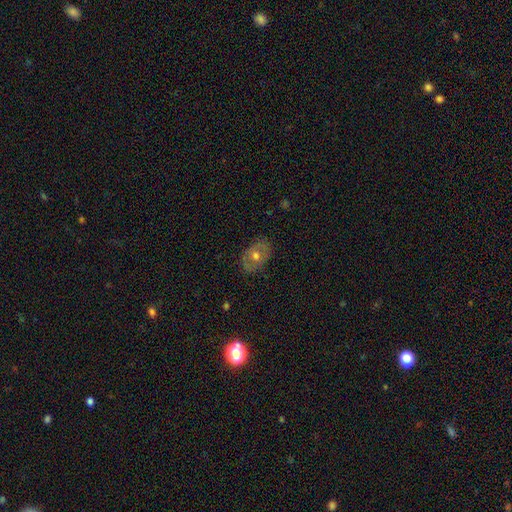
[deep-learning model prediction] Q: Smooth or featured?
A: featured or disk (49%); runner-up: smooth (41%)
Q: Merging?
A: none (82%); runner-up: minor disturbance (14%)